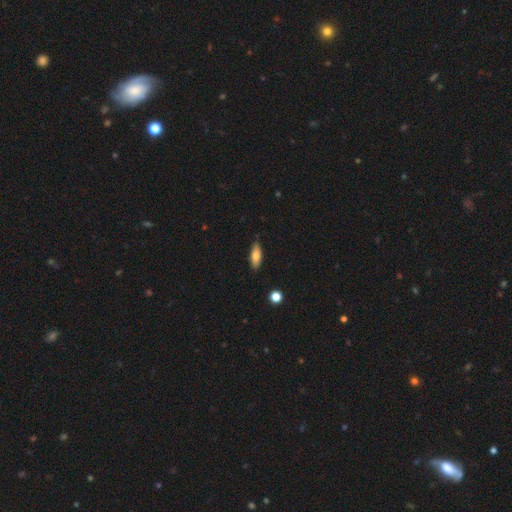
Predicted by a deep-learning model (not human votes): Smooth or featured?
  - smooth: 74% *
  - featured or disk: 19%
  - star or artifact: 7%
How rounded?
  - in between: 62% *
  - cigar-shaped: 35%
  - round: 3%
Merging?
  - none: 85% *
  - minor disturbance: 11%
  - major disturbance: 2%
  - merger: 1%